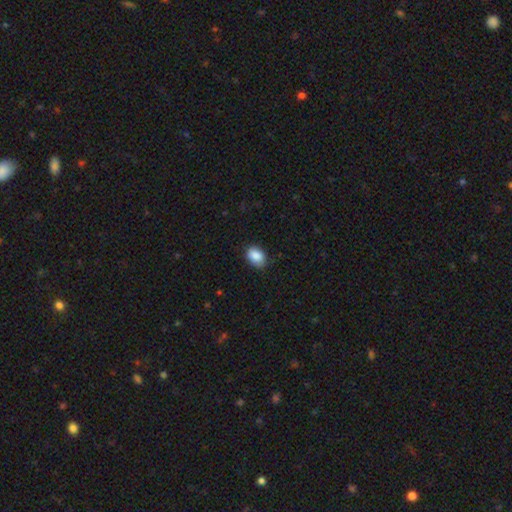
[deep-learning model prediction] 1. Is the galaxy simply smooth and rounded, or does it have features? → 88% smooth, 8% star or artifact, 4% featured or disk.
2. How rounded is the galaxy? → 80% in between, 19% round, 1% cigar-shaped.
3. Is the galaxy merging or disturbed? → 80% none, 16% minor disturbance, 3% major disturbance, 1% merger.